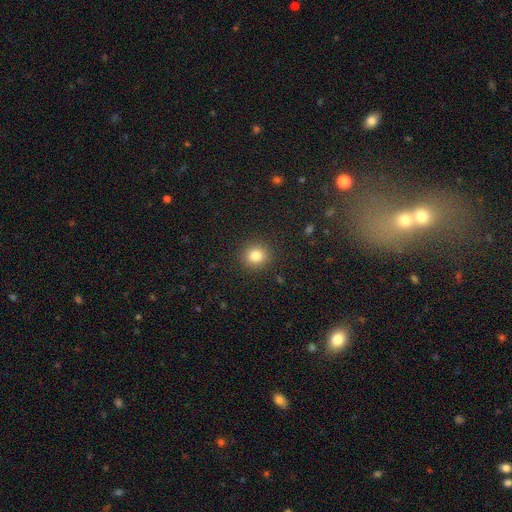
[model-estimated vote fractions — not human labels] smooth 83%, star or artifact 11%, featured or disk 6%. Down the decision tree: how rounded — round (85%); merging — none (90%).